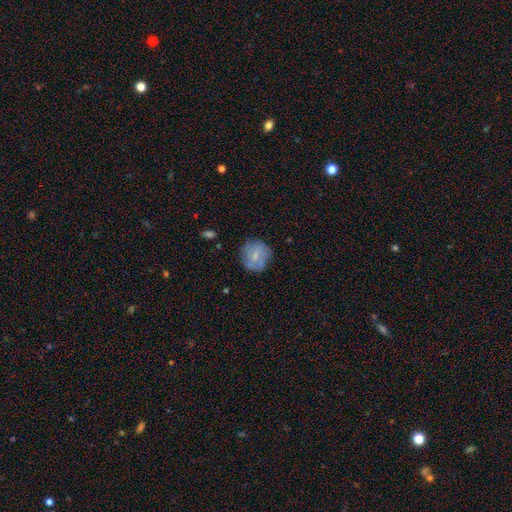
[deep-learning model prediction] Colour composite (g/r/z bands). It shows a smooth galaxy with no disk features (55%) that is round (83%). Merging: none (71%).